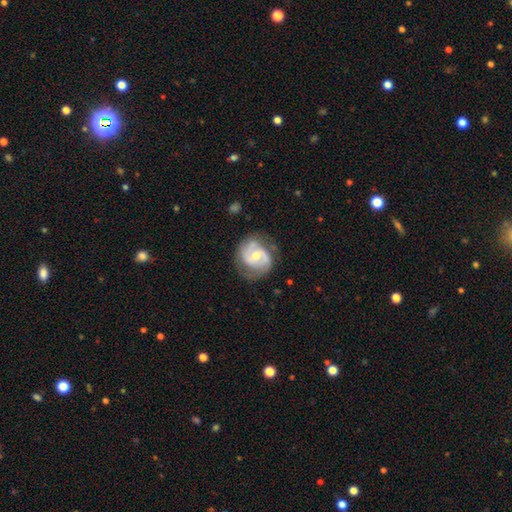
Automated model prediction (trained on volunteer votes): This appears to be a featured or disk galaxy (79%) with a weak bar (45%), 2 (81%) medium (47%) spiral arms (92%) and a moderate central bulge (62%). Merging: none (68%).